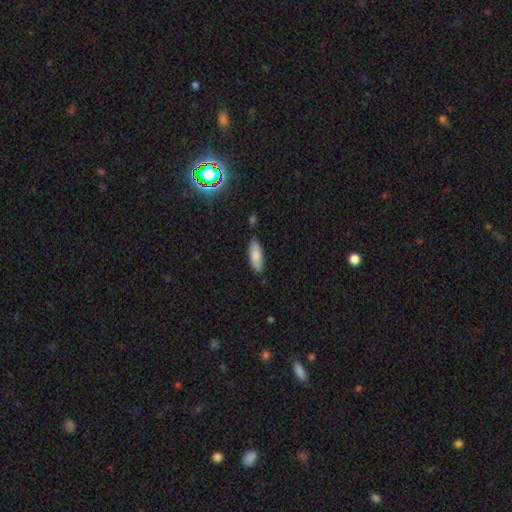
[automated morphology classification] A smooth galaxy with no disk features (83%) that is in between round and cigar-shaped (66%).

Vote fractions:
- Smooth or featured? smooth: 83% / featured or disk: 11% / star or artifact: 7%
- How rounded? in between: 66% / cigar-shaped: 32% / round: 2%
- Merging? none: 81% / minor disturbance: 14% / merger: 3% / major disturbance: 2%